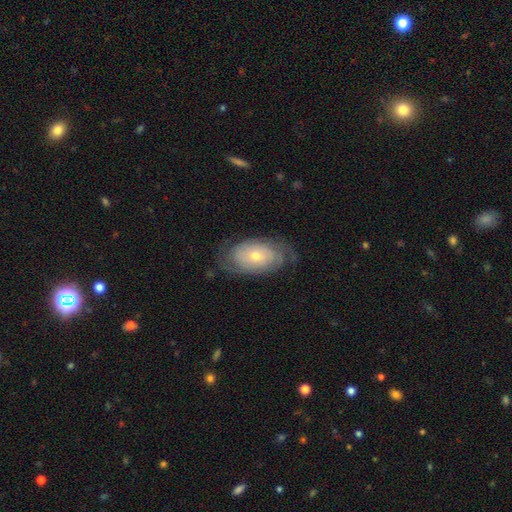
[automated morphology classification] This is likely a featured or disk galaxy (70%). It is clearly not viewed edge-on (94%). Bar: clearly no (81%). Spiral arm pattern: clearly yes (84%). Spiral arm count: marginally 2 (43%). Spiral winding: likely tight (65%). Central bulge: possibly small (50%). Merging: likely none (71%).